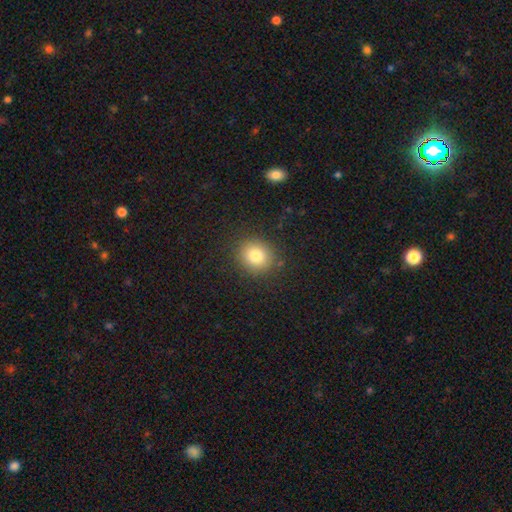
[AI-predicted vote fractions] Morphology: type=smooth (80%); roundness=round (75%); merging=none (87%).